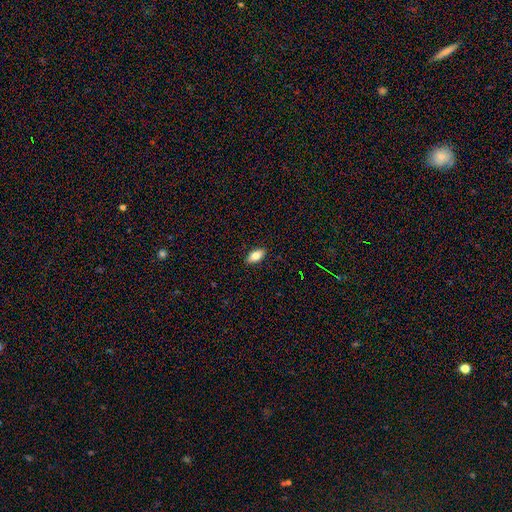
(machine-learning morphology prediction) Smooth or featured? Predicted: smooth (p=0.82). How rounded? Predicted: in between (p=0.91). Merging? Predicted: none (p=0.89).